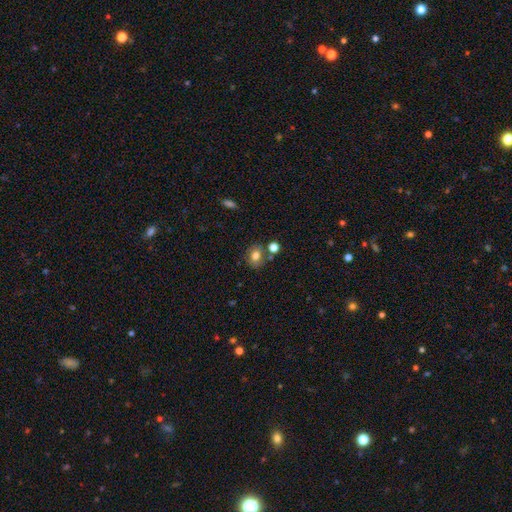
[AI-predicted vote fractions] Morphology: type=smooth (76%); roundness=round (55%); merging=none (69%).